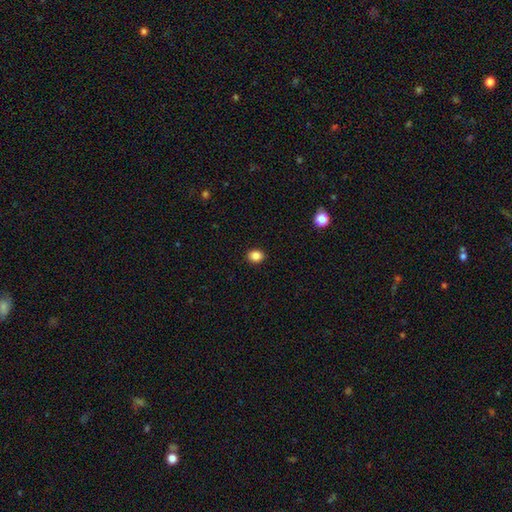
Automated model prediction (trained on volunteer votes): The model was most divided on "how rounded": round: 61%, in between: 39%, cigar-shaped: 1%. More confident: merging — none (91%); smooth or featured — smooth (86%).